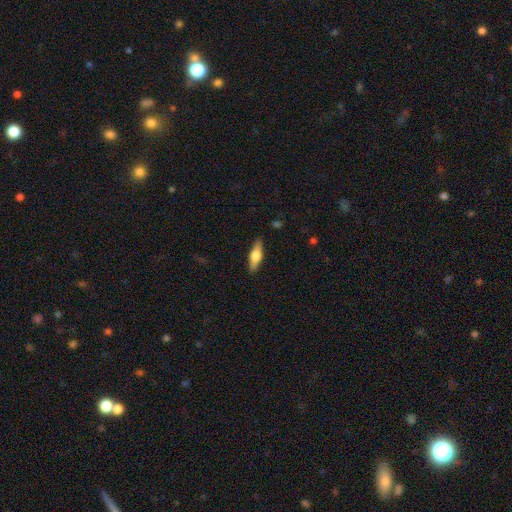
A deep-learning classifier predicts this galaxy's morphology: This appears to be a smooth galaxy with no disk features (56%) that is cigar-shaped (50%). Merging: none (88%).